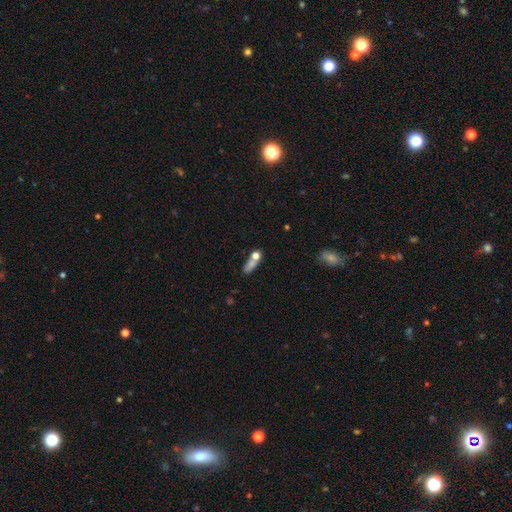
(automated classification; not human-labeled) Smooth or featured?
  - smooth: 69% *
  - featured or disk: 18%
  - star or artifact: 13%
How rounded?
  - in between: 43% *
  - cigar-shaped: 30%
  - round: 27%
Merging?
  - none: 42% *
  - merger: 31%
  - minor disturbance: 15%
  - major disturbance: 11%